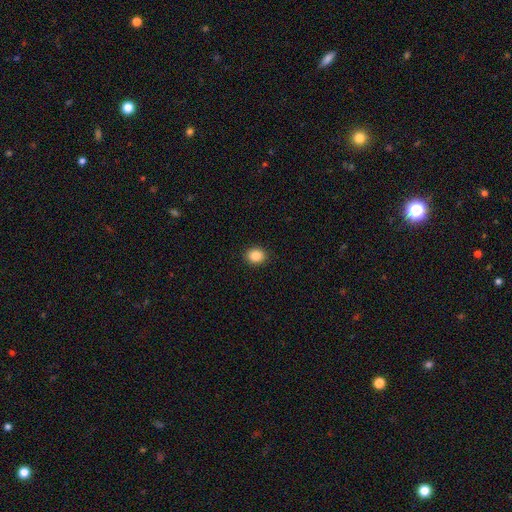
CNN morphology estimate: Smooth or featured? smooth (87%)
How rounded? round (65%)
Merging? none (92%)